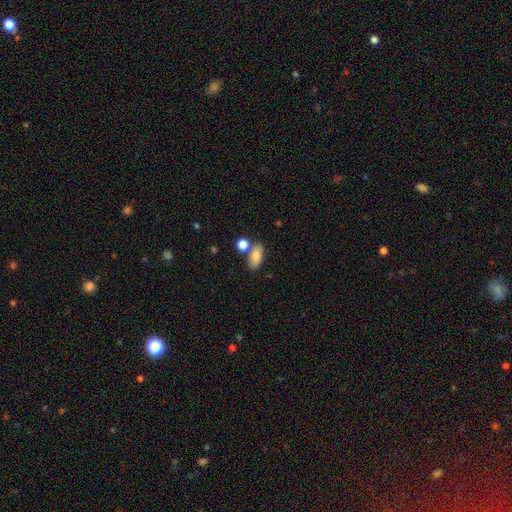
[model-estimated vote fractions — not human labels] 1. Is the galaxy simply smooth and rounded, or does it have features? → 83% smooth, 9% featured or disk, 8% star or artifact.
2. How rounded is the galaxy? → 85% in between, 8% round, 7% cigar-shaped.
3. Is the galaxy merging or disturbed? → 66% none, 18% merger, 12% minor disturbance, 4% major disturbance.